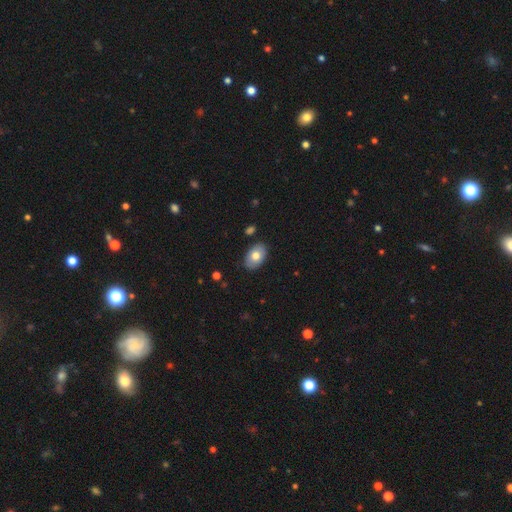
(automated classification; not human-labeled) A smooth galaxy with no disk features (76%) that is in between round and cigar-shaped (91%).

Vote fractions:
- Smooth or featured? smooth: 76% / featured or disk: 17% / star or artifact: 6%
- How rounded? in between: 91% / round: 8% / cigar-shaped: 1%
- Merging? none: 87% / minor disturbance: 9% / major disturbance: 2% / merger: 2%